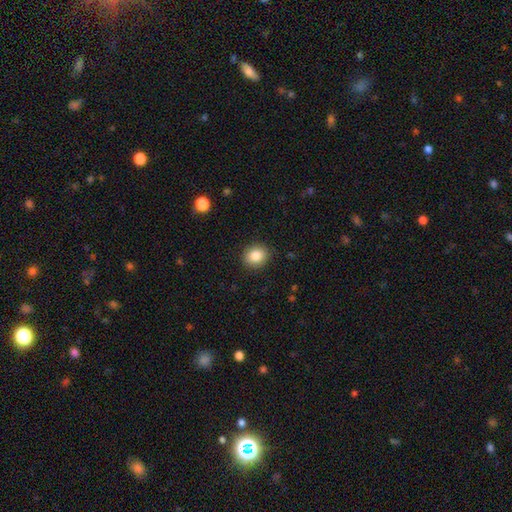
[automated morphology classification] Smooth or featured? Predicted: smooth (p=0.85). How rounded? Predicted: round (p=0.69). Merging? Predicted: none (p=0.89).